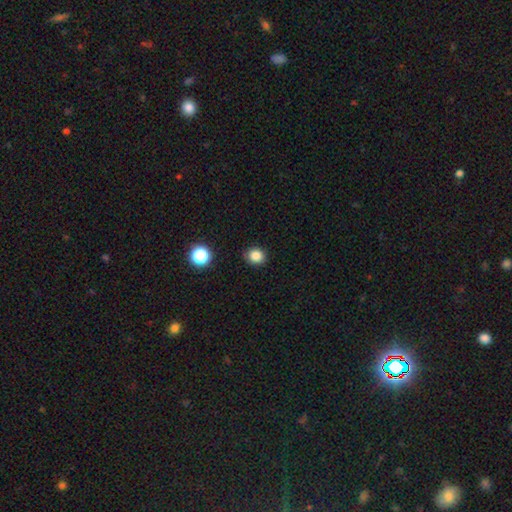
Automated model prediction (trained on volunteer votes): Smooth or featured: smooth — 84% (star or artifact — 12%)
How rounded: round — 77% (in between — 22%)
Merging: none — 87% (minor disturbance — 9%)